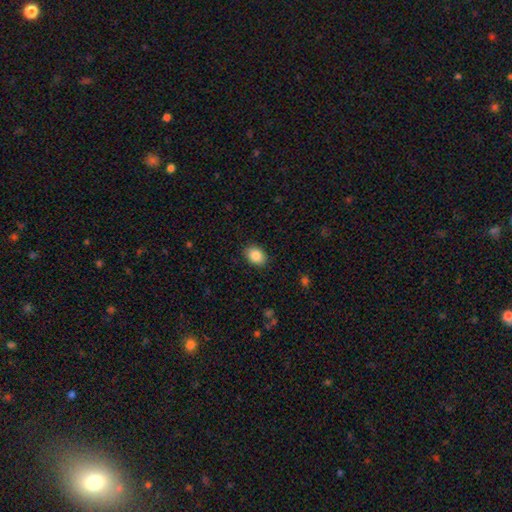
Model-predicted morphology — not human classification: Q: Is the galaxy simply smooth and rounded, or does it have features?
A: smooth — 87%.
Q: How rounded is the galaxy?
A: in between — 76%.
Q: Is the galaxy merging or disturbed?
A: none — 88%.